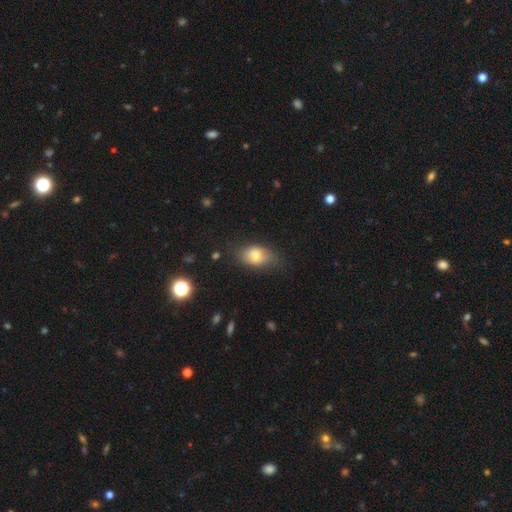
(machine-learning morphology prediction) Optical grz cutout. It shows a smooth galaxy with no disk features (71%) that is in between round and cigar-shaped (84%). Merging: none (69%).